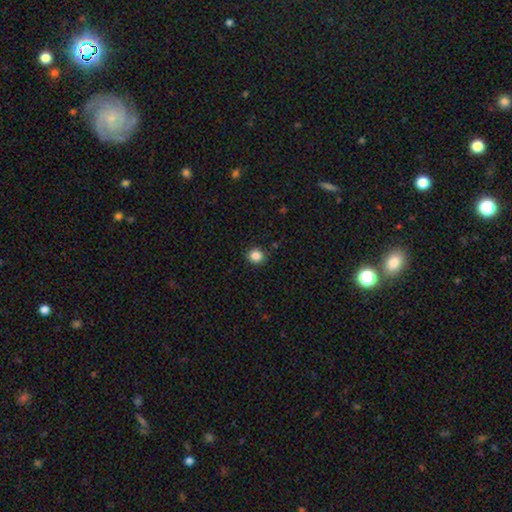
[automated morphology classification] smooth-or-featured: smooth: 86% | star or artifact: 11% | featured or disk: 4%
  how-rounded: round: 86% | in between: 14% | cigar-shaped: 1%
  merging: none: 90% | minor disturbance: 7% | major disturbance: 2% | merger: 1%